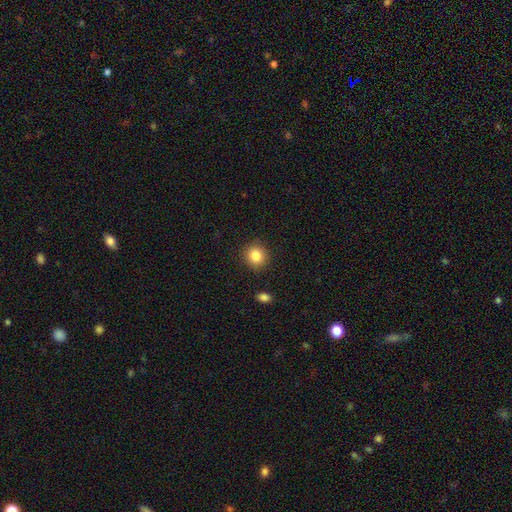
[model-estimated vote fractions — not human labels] Smooth or featured?
  - smooth: 85% *
  - star or artifact: 10%
  - featured or disk: 5%
How rounded?
  - round: 88% *
  - in between: 11%
  - cigar-shaped: 1%
Merging?
  - none: 90% *
  - minor disturbance: 6%
  - major disturbance: 2%
  - merger: 1%